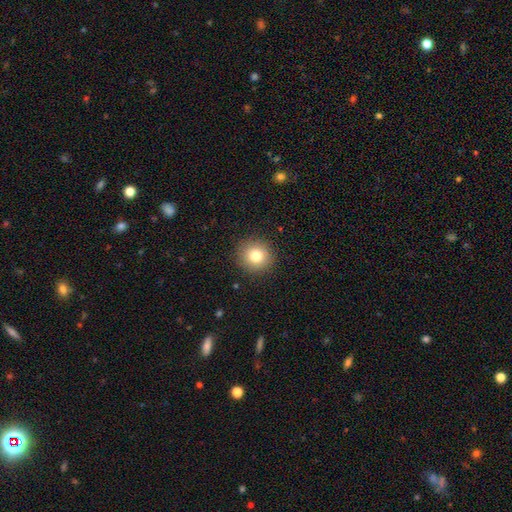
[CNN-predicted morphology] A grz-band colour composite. It shows a smooth galaxy with no disk features (80%) that is round (92%). Merging: none (91%).